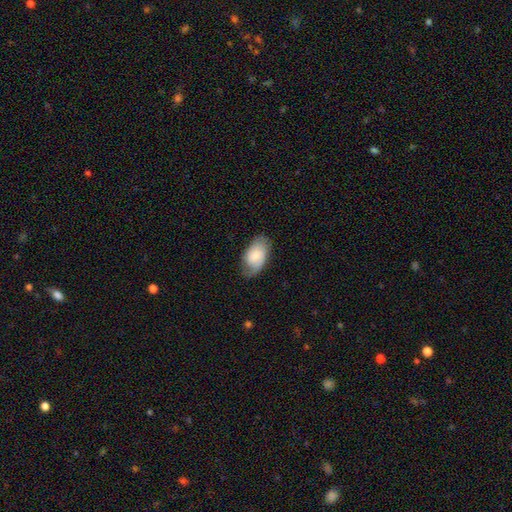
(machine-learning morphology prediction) Overall: smooth (56%; featured or disk 38%). How rounded: in between (92%). Merging: none (70%).